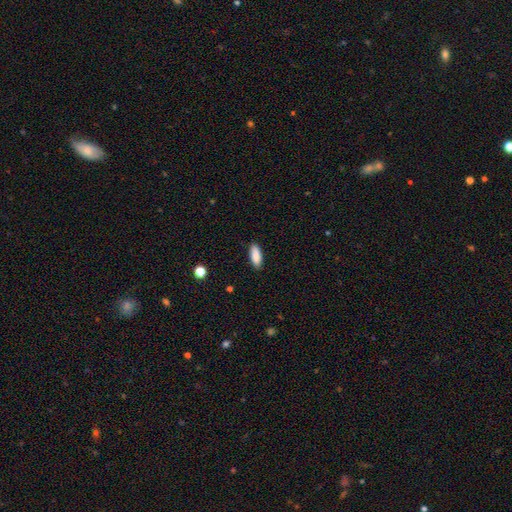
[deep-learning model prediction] This is clearly a smooth galaxy (89%). How rounded: likely in between (72%). Merging: clearly none (88%).